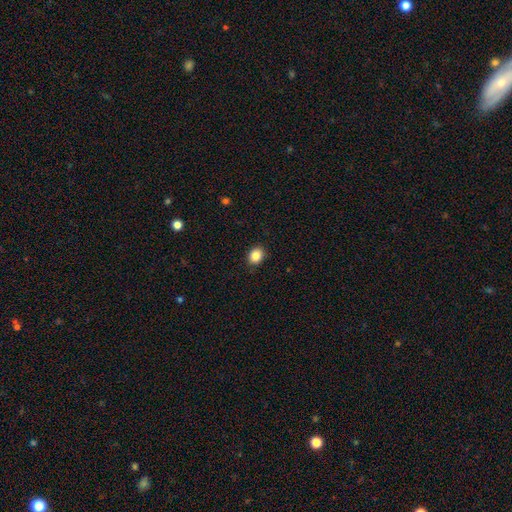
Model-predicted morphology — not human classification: Smooth or featured? Predicted: smooth (p=0.86). How rounded? Predicted: round (p=0.57). Merging? Predicted: none (p=0.90).